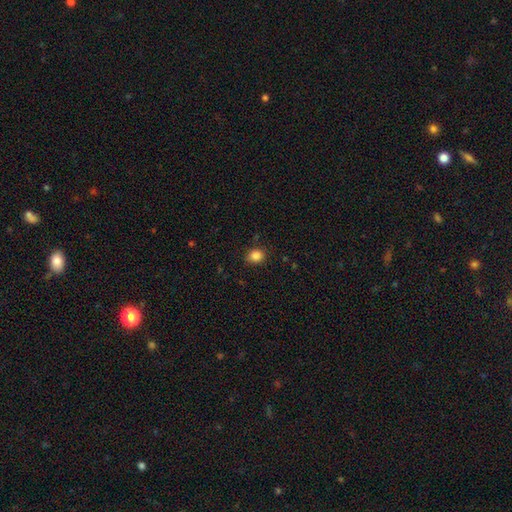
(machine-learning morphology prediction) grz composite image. It shows a smooth galaxy with no disk features (86%) that is round (68%). Merging: none (84%).